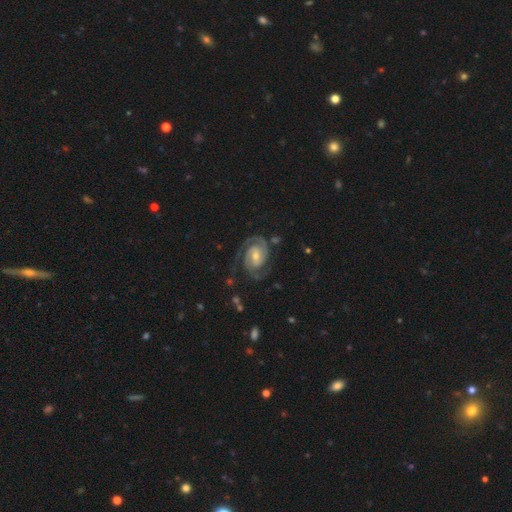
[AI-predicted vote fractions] A featured or disk galaxy (90%) with no bar (43%), 2 (86%) tight (56%) spiral arms (98%) and a moderate central bulge (47%).

Vote fractions:
- Smooth or featured? featured or disk: 90% / smooth: 5% / star or artifact: 5%
- Edge-on disk? no: 98% / yes: 2%
- Bar? no: 43% / weak: 42% / strong: 15%
- Spiral arms? yes: 98% / no: 2%
- Spiral winding? tight: 56% / medium: 36% / loose: 7%
- Spiral arm count? 2: 86% / 3: 5% / can't tell: 4% / 1: 2% / 4: 2% / more than 4: 1%
- Bulge size? moderate: 47% / small: 46% / large: 4% / none: 2% / dominant: 1%
- Merging? none: 73% / minor disturbance: 16% / major disturbance: 9% / merger: 2%